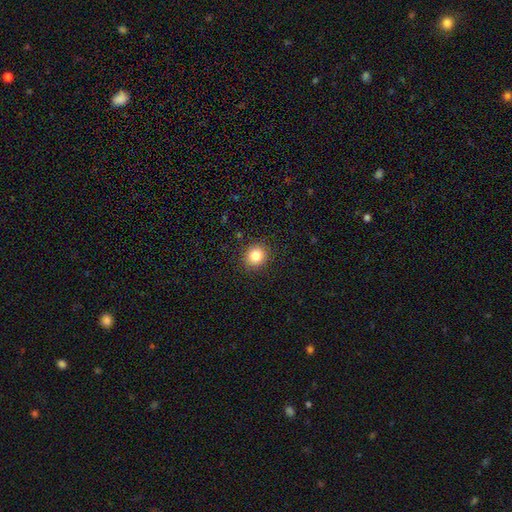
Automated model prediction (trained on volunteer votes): This is clearly a smooth galaxy (83%). How rounded: clearly round (81%). Merging: clearly none (89%).